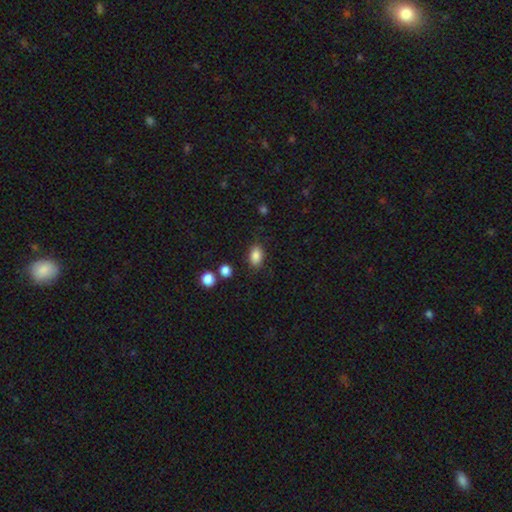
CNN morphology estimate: Smooth or featured? Predicted: smooth (p=0.86). How rounded? Predicted: in between (p=0.84). Merging? Predicted: none (p=0.82).